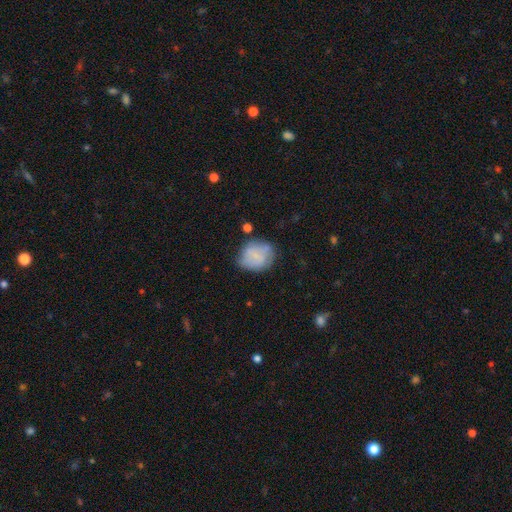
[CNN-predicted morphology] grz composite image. It shows a smooth galaxy with no disk features (67%) that is round (63%). Merging: none (59%).